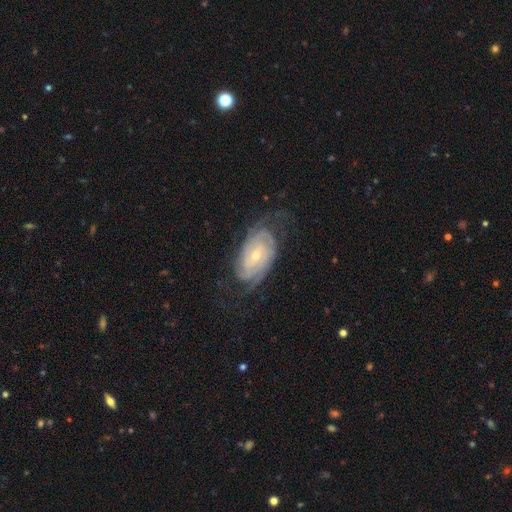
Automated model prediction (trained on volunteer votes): This appears to be a featured or disk galaxy (85%) with no bar (55%), 2 (37%) tight (63%) spiral arms (96%) and a small central bulge (64%). Merging: none (68%).